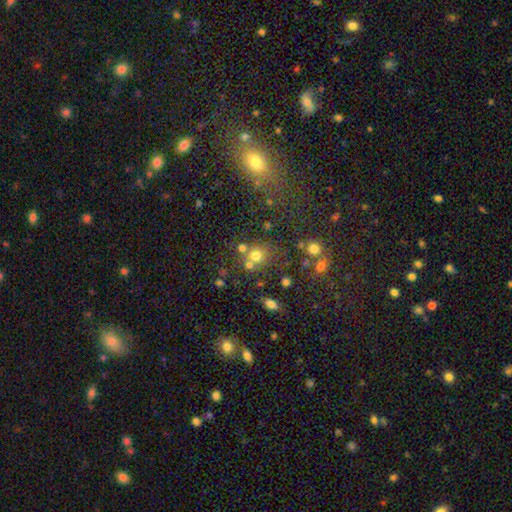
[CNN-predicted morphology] type=smooth (68%); roundness=round (84%); merging=none (57%).